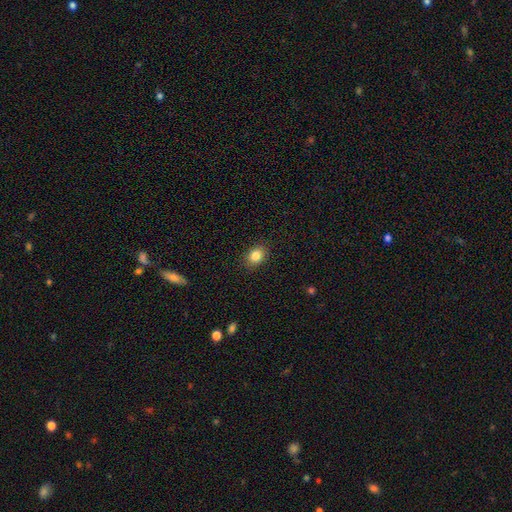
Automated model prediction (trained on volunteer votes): Smooth or featured: smooth — 85% (star or artifact — 9%)
How rounded: in between — 61% (round — 38%)
Merging: none — 88% (minor disturbance — 9%)